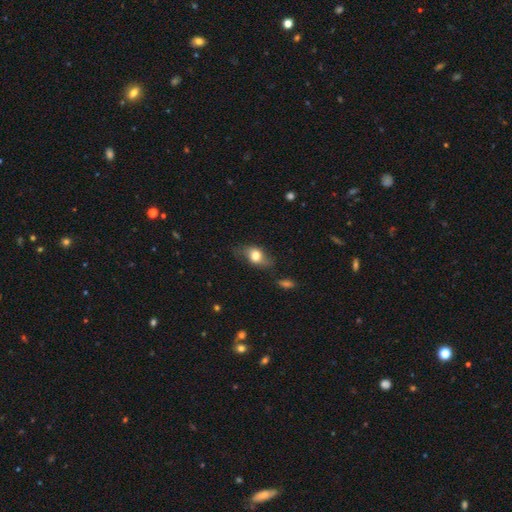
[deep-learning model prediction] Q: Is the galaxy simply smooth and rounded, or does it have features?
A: smooth — 69%.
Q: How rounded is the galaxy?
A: in between — 78%.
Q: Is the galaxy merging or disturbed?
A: none — 66%.